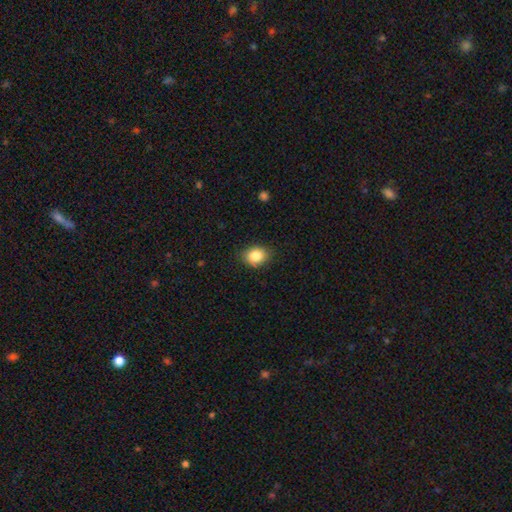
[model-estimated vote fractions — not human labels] Q: Smooth or featured?
A: smooth (85%); runner-up: star or artifact (9%)
Q: How rounded?
A: in between (53%); runner-up: round (46%)
Q: Merging?
A: none (83%); runner-up: minor disturbance (14%)